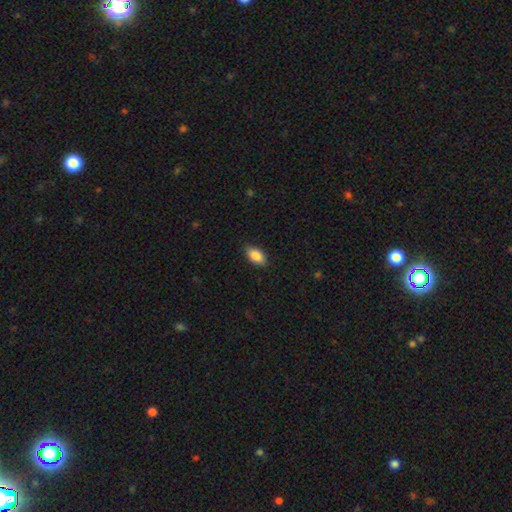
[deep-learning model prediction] Q: Smooth or featured?
A: smooth (88%); runner-up: star or artifact (7%)
Q: How rounded?
A: in between (92%); runner-up: round (5%)
Q: Merging?
A: none (84%); runner-up: minor disturbance (13%)